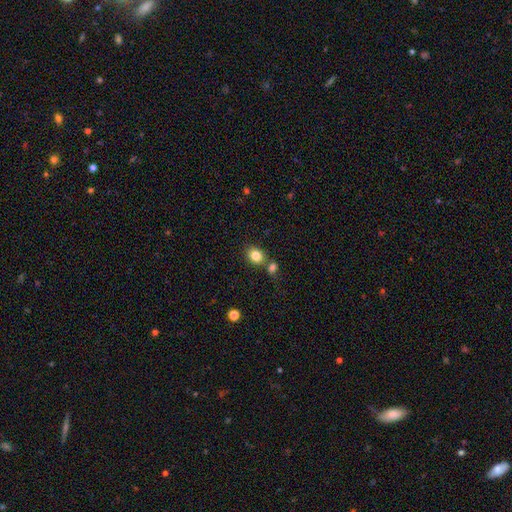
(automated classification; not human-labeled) This appears to be a smooth galaxy with no disk features (83%) that is round (57%). Merging: none (68%).